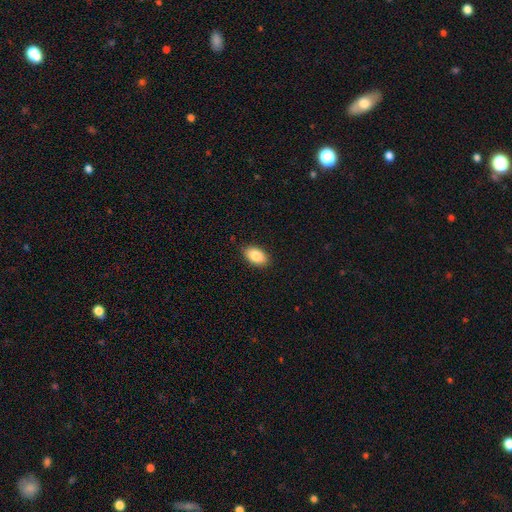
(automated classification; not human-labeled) This appears to be a smooth galaxy with no disk features (86%) that is in between round and cigar-shaped (93%). Merging: none (89%).